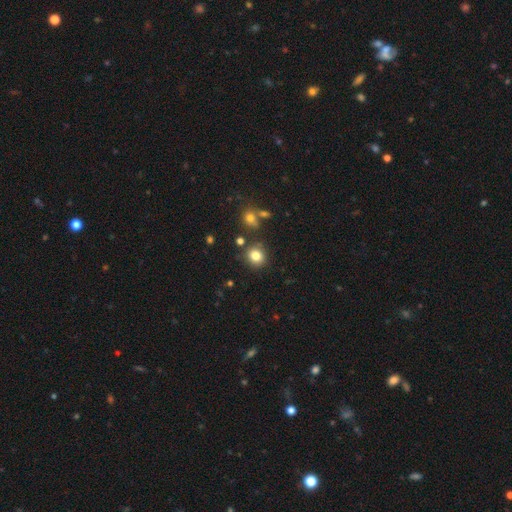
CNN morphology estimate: Smooth or featured: smooth — 82% (star or artifact — 12%)
How rounded: round — 82% (in between — 17%)
Merging: none — 81% (minor disturbance — 10%)